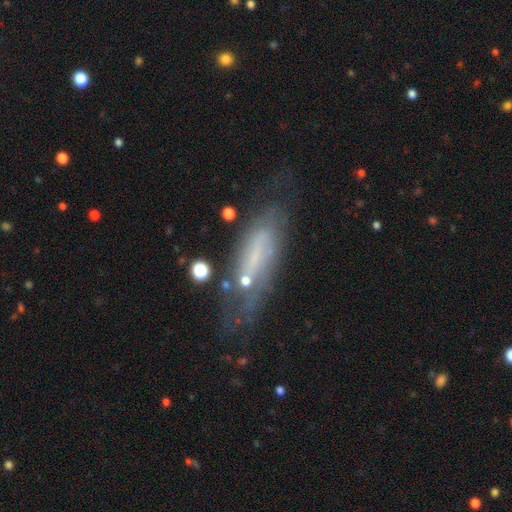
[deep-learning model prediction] This appears to be a featured or disk galaxy (55%). Merging: none (54%).